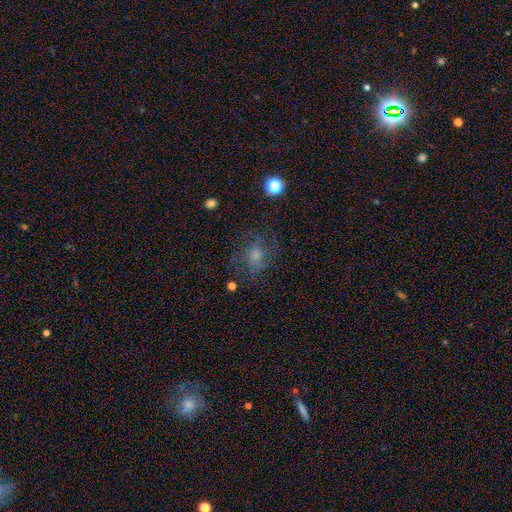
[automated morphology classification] A featured or disk galaxy (43%).

Vote fractions:
- Smooth or featured? featured or disk: 43% / smooth: 41% / star or artifact: 17%
- Merging? none: 63% / minor disturbance: 19% / major disturbance: 16% / merger: 2%